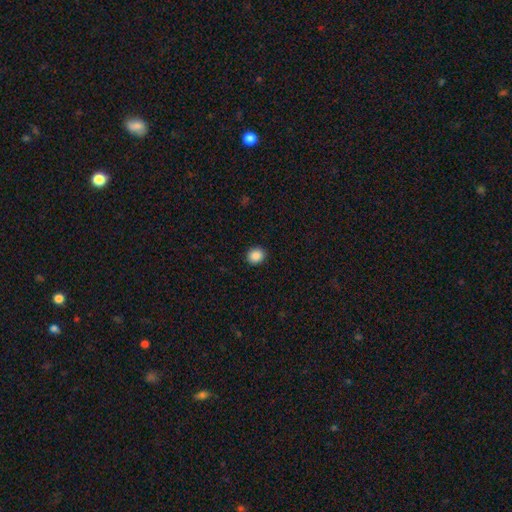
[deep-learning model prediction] This appears to be a smooth galaxy with no disk features (88%) that is round (75%). Merging: none (91%).